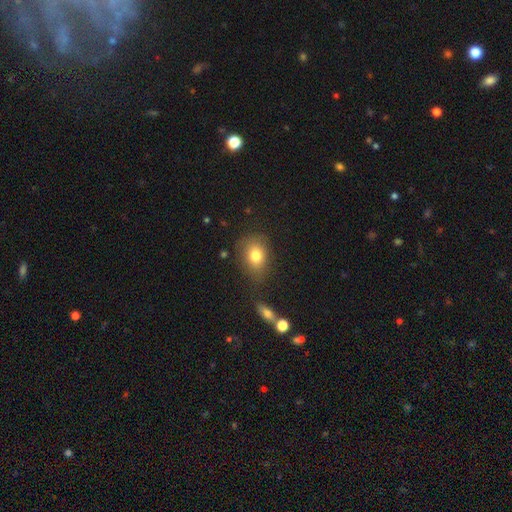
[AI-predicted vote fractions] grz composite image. It shows a smooth galaxy with no disk features (79%) that is in between round and cigar-shaped (64%). Merging: none (72%).